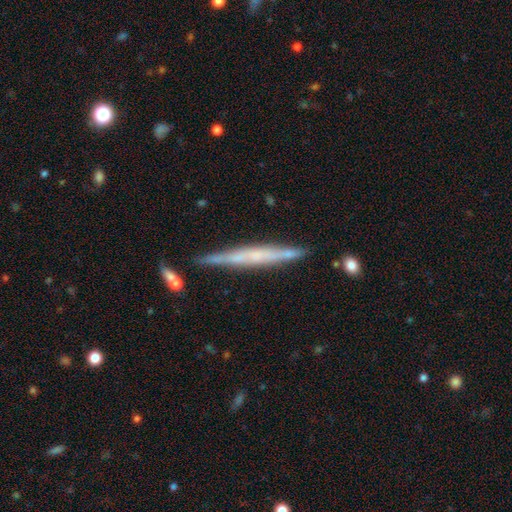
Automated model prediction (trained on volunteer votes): The model was most divided on "smooth or featured": featured or disk: 64%, smooth: 30%, star or artifact: 7%. More confident: edge-on disk — yes (96%); merging — none (81%); edge-on bulge — none (60%).